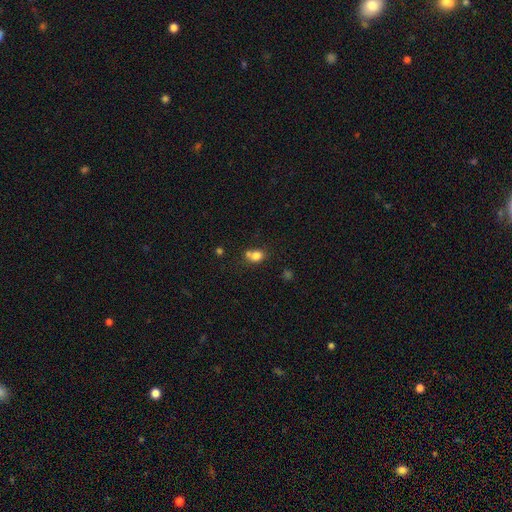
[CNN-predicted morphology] A smooth galaxy with no disk features (78%) that is round (57%). Merging: none (46%).